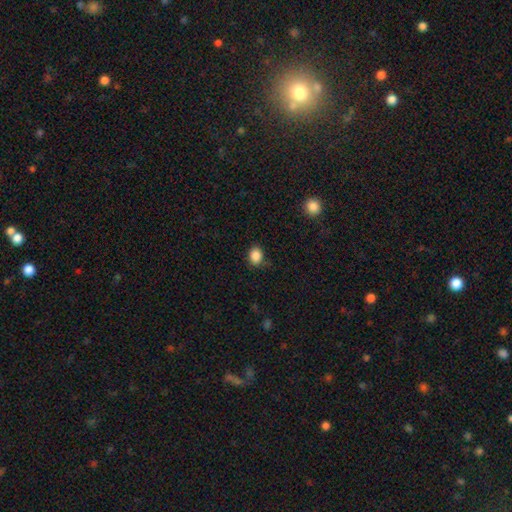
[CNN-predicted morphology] Q: Smooth or featured?
A: smooth (86%); runner-up: star or artifact (10%)
Q: How rounded?
A: round (59%); runner-up: in between (40%)
Q: Merging?
A: none (79%); runner-up: minor disturbance (15%)